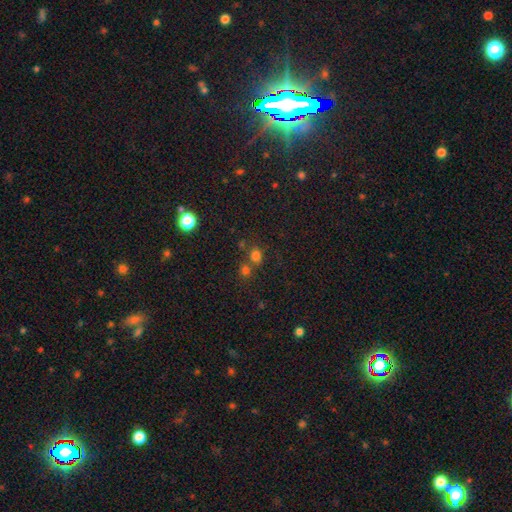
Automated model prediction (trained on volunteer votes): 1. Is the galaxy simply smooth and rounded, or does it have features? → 71% smooth, 22% star or artifact, 7% featured or disk.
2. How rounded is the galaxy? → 76% round, 23% in between, 1% cigar-shaped.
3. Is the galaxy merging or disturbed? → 58% none, 29% merger, 9% minor disturbance, 4% major disturbance.